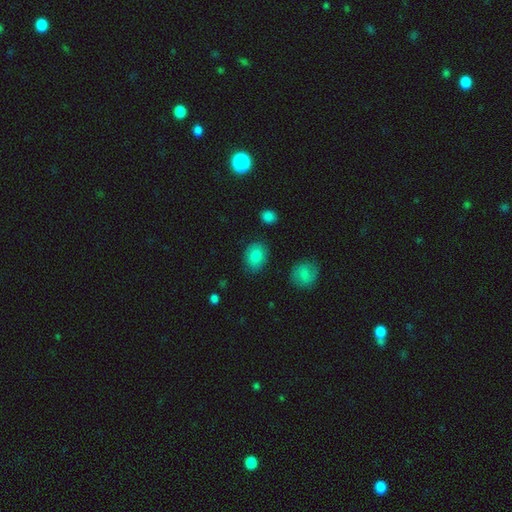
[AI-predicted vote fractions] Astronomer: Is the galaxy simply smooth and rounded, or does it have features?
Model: smooth — 82%.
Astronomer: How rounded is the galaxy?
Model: in between — 57% (runner-up: round, 42%).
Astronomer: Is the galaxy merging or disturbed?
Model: none — 82%.